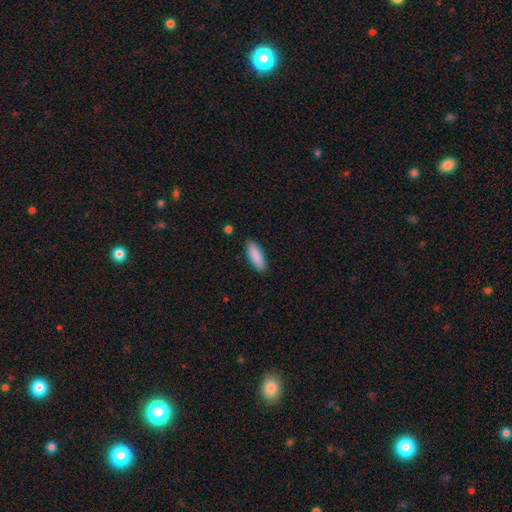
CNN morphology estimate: smooth_or_featured: smooth (p=0.89) [alt: star or artifact p=0.06]
how_rounded: in between (p=0.60) [alt: cigar-shaped p=0.38]
merging: none (p=0.88) [alt: minor disturbance p=0.09]